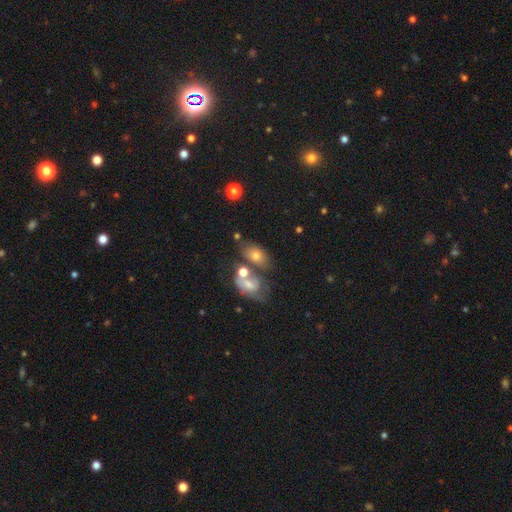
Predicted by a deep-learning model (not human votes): smooth-or-featured: smooth: 63% | featured or disk: 26% | star or artifact: 11%
  how-rounded: in between: 82% | round: 16% | cigar-shaped: 2%
  merging: none: 40% | merger: 34% | minor disturbance: 17% | major disturbance: 9%